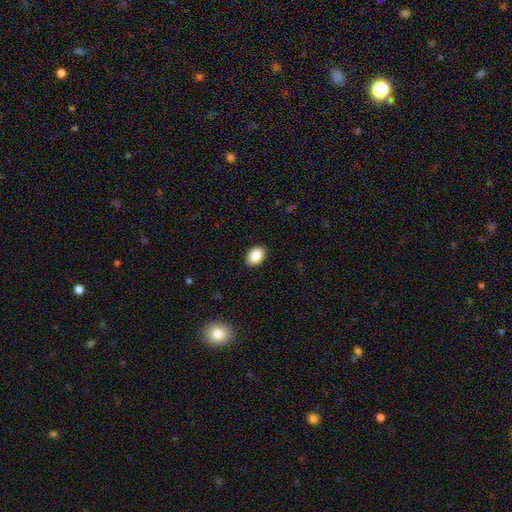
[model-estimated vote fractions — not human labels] This is clearly a smooth galaxy (88%). How rounded: likely in between (77%). Merging: clearly none (90%).